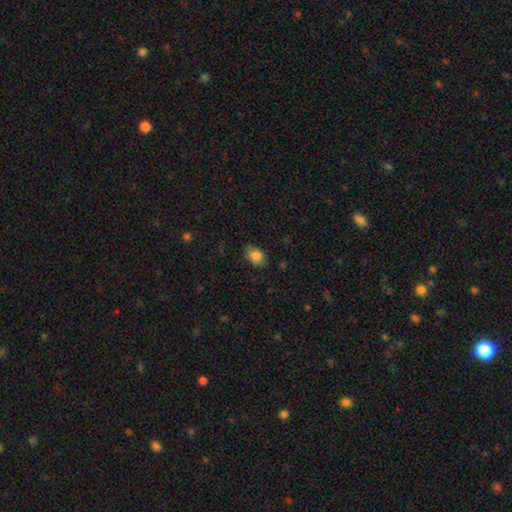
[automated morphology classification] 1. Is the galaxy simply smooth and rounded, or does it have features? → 84% smooth, 8% featured or disk, 8% star or artifact.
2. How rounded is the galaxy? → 83% in between, 16% round, 1% cigar-shaped.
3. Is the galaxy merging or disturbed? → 81% none, 15% minor disturbance, 3% major disturbance, 1% merger.